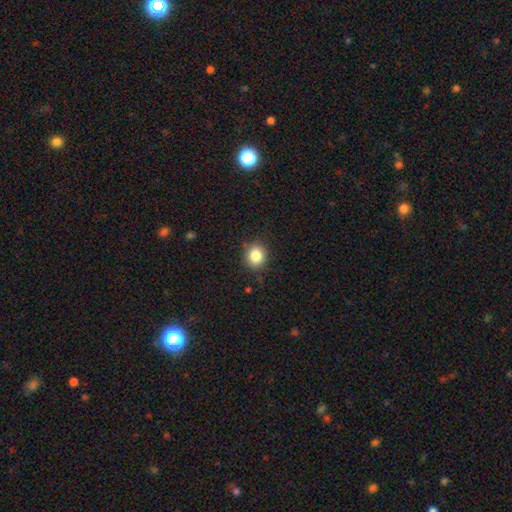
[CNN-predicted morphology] Overall: smooth (84%). How rounded: round (76%). Merging: none (85%).